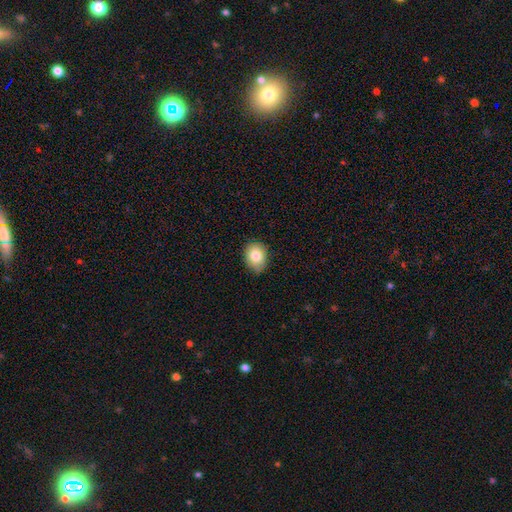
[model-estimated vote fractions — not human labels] This is clearly a smooth galaxy (82%). How rounded: possibly in between (54%). Merging: likely none (78%).